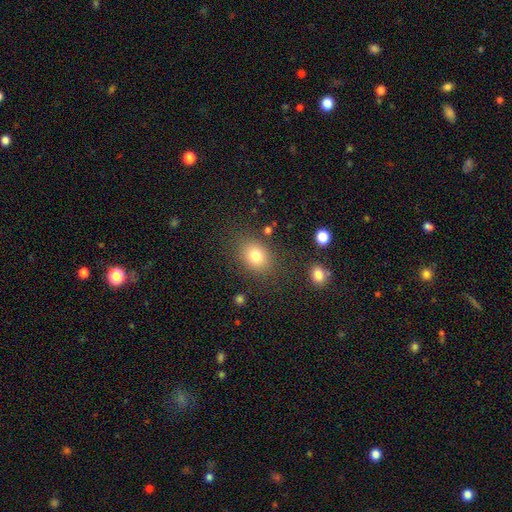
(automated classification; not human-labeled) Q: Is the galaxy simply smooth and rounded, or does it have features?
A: smooth — 78%.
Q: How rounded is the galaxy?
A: in between — 53%.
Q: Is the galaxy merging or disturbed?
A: none — 81%.